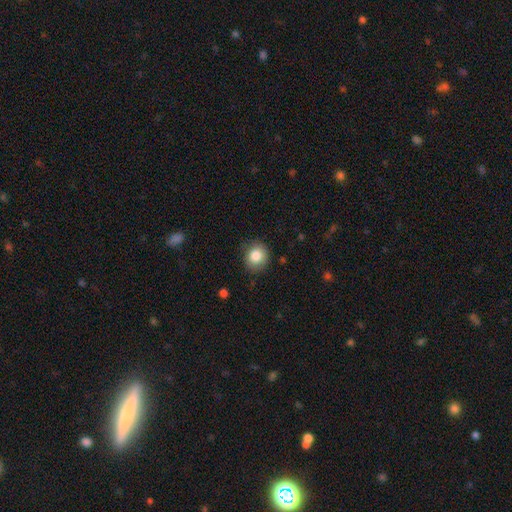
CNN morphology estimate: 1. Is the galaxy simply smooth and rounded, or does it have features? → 84% smooth, 9% star or artifact, 7% featured or disk.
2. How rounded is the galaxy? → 81% round, 18% in between, 1% cigar-shaped.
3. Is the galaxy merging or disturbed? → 84% none, 12% minor disturbance, 3% major disturbance, 1% merger.